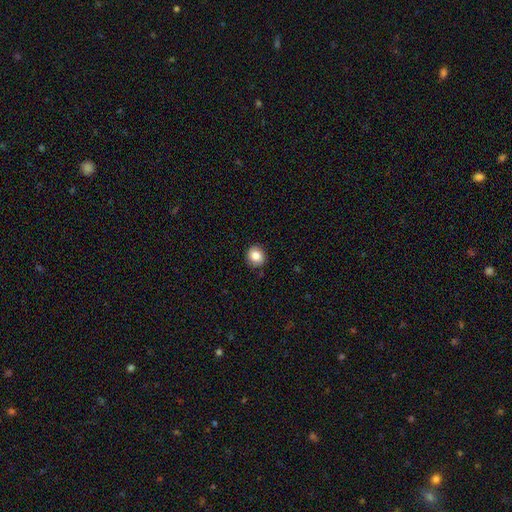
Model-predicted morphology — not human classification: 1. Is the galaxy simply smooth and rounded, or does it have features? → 84% smooth, 9% star or artifact, 7% featured or disk.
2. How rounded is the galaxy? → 81% round, 18% in between, 1% cigar-shaped.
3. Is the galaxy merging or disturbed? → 86% none, 10% minor disturbance, 2% major disturbance, 1% merger.